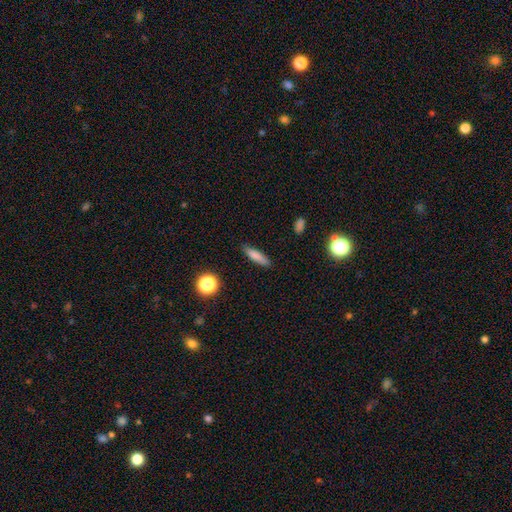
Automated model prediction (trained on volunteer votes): The model was most divided on "how rounded": cigar-shaped: 77%, in between: 20%, round: 3%. More confident: merging — none (86%); smooth or featured — smooth (79%).